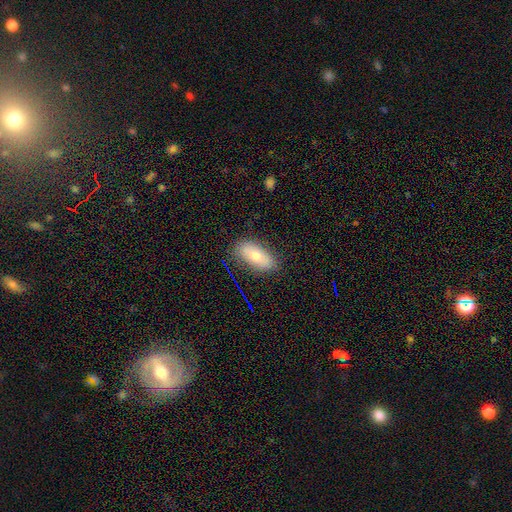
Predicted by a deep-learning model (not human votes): The model was most divided on "smooth or featured": smooth: 69%, featured or disk: 23%, star or artifact: 8%. More confident: how rounded — in between (89%); merging — none (81%).